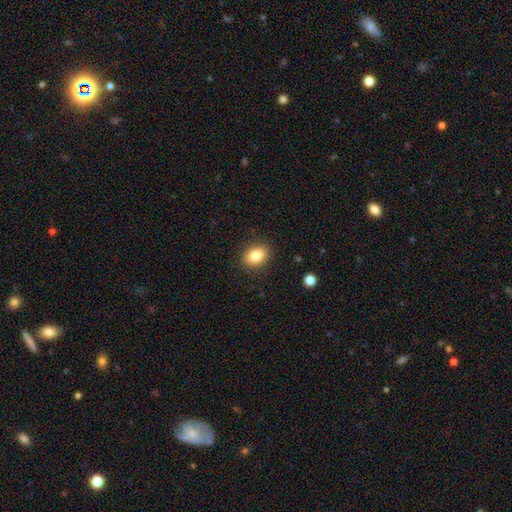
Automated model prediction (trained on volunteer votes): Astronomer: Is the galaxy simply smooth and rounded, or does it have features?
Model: smooth — 85%.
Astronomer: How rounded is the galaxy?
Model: in between — 78%.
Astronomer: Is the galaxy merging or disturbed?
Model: none — 88%.